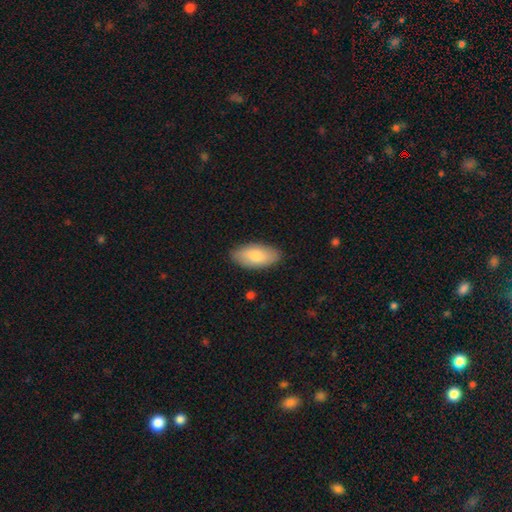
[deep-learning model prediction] Smooth or featured: smooth — 79% (featured or disk — 16%)
How rounded: in between — 92% (cigar-shaped — 5%)
Merging: none — 86% (minor disturbance — 11%)